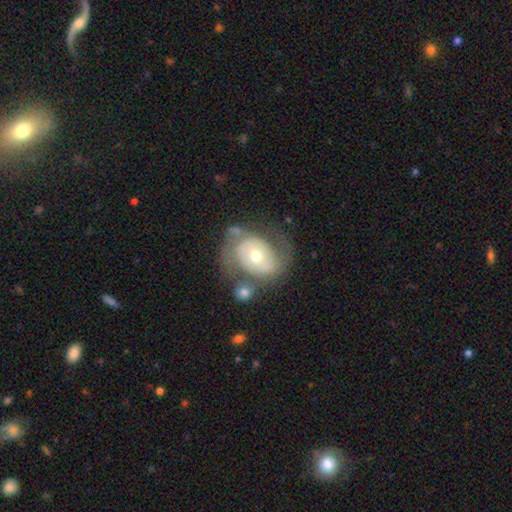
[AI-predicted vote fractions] Morphology: type=featured or disk (63%); edge-on=no (96%); bar=no (72%); spiral arms=yes (62%); bulge=moderate (63%); merging=none (48%).